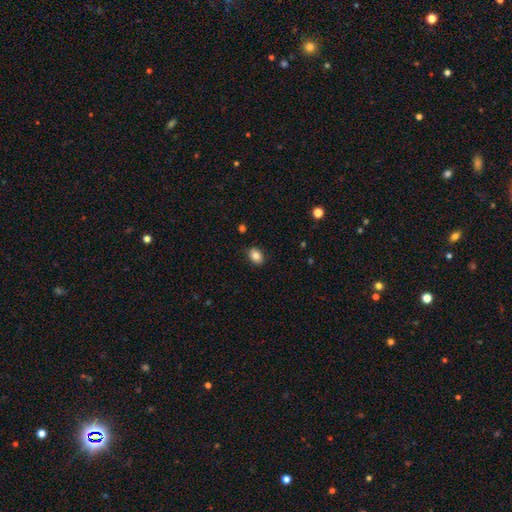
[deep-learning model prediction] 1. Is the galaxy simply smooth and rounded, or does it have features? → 83% smooth, 9% star or artifact, 8% featured or disk.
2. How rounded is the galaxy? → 76% in between, 23% round, 1% cigar-shaped.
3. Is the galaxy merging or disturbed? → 86% none, 10% minor disturbance, 2% major disturbance, 1% merger.